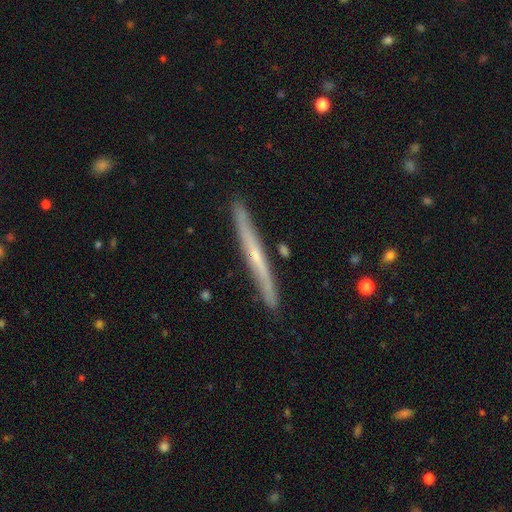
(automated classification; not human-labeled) A featured or disk galaxy (66%) viewed edge-on (96%) with no central bulge (49%).

Vote fractions:
- Smooth or featured? featured or disk: 66% / smooth: 28% / star or artifact: 6%
- Edge-on disk? yes: 96% / no: 4%
- Edge-on bulge? none: 49% / rounded: 48% / boxy: 4%
- Merging? none: 89% / minor disturbance: 8% / merger: 1% / major disturbance: 1%